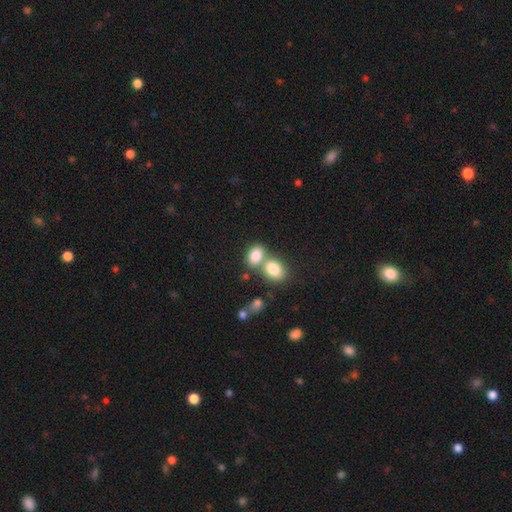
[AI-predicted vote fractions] smooth 81%, featured or disk 9%, star or artifact 9%. Down the decision tree: how rounded — in between (72%); merging — merger (53%).